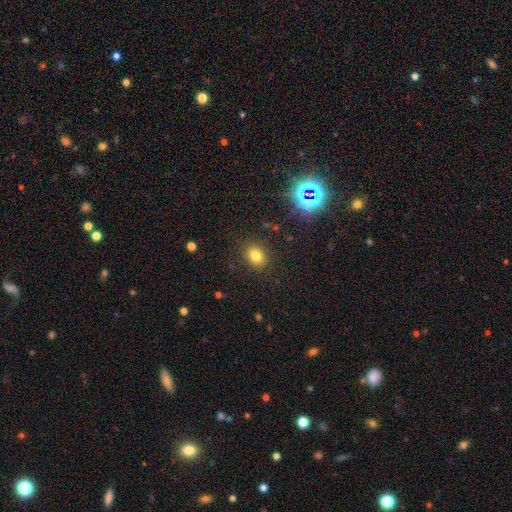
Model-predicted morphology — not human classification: This is likely a smooth galaxy (77%). How rounded: possibly in between (55%). Merging: clearly none (86%).